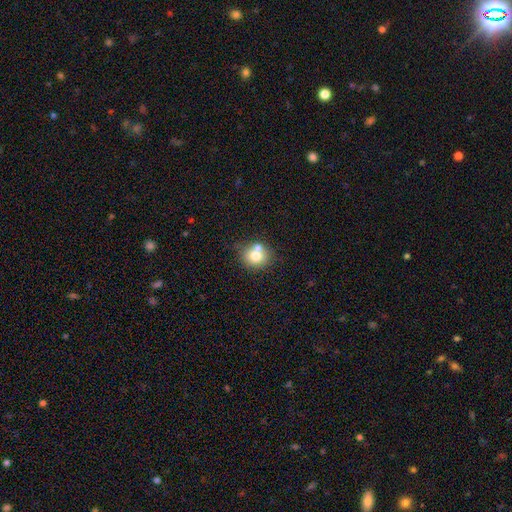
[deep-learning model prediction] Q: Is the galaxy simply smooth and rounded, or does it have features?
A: smooth — 74%.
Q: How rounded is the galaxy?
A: round — 80%.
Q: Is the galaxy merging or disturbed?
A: none — 55%.